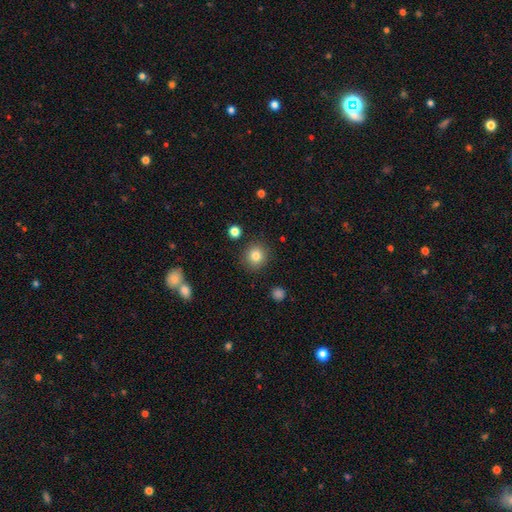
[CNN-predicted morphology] type=smooth (82%); roundness=round (91%); merging=none (89%).